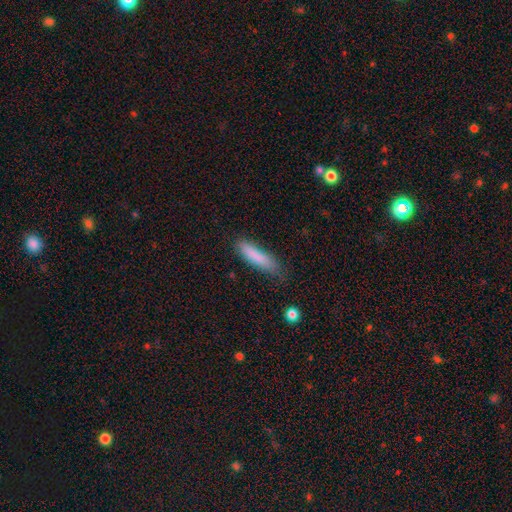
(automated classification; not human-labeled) Morphology: type=smooth (84%); roundness=cigar-shaped (77%); merging=none (70%).